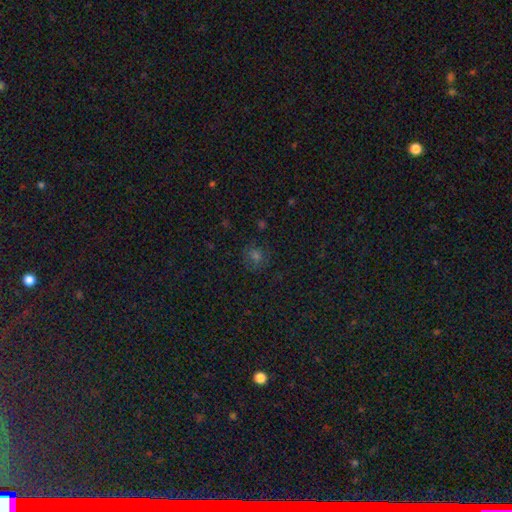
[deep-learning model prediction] smooth_or_featured: smooth (p=0.59) [alt: star or artifact p=0.30]
how_rounded: round (p=0.84) [alt: in between p=0.15]
merging: none (p=0.81) [alt: minor disturbance p=0.13]